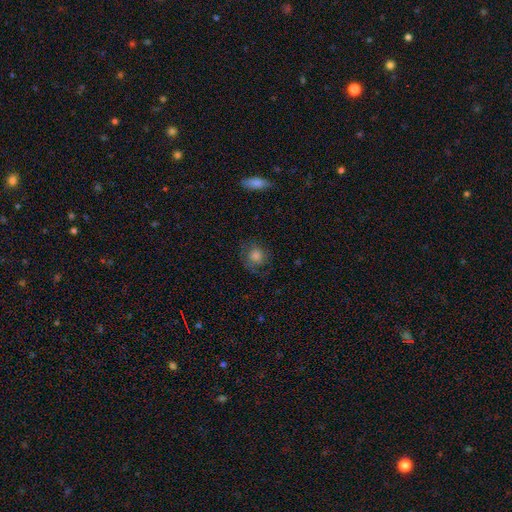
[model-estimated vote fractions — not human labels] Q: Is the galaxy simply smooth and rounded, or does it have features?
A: smooth — 64%.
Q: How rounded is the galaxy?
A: round — 82%.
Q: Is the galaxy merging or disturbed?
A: none — 70%.